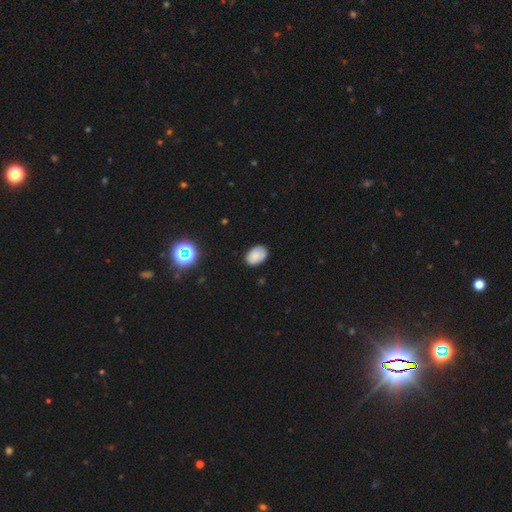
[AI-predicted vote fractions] Smooth or featured? smooth (83%)
How rounded? in between (84%)
Merging? none (82%)